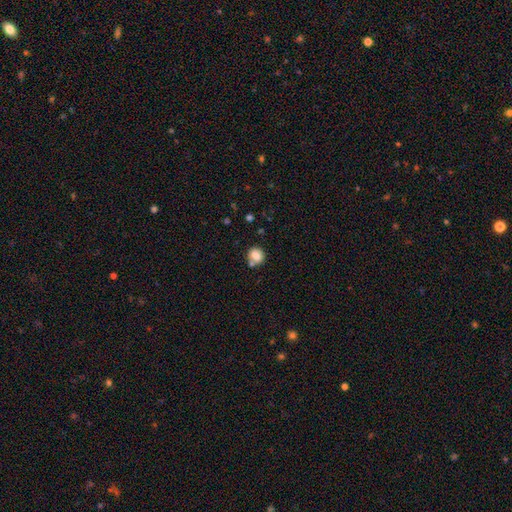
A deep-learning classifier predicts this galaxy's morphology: Overall: smooth (78%). How rounded: round (80%). Merging: none (64%).